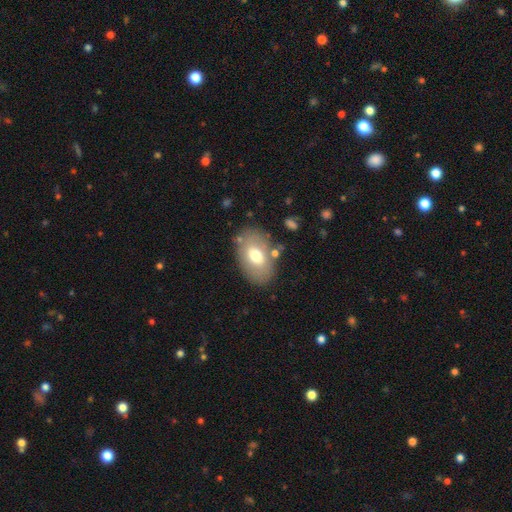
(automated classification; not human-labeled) Q: Smooth or featured?
A: smooth (65%); runner-up: featured or disk (27%)
Q: How rounded?
A: in between (87%); runner-up: round (12%)
Q: Merging?
A: none (77%); runner-up: minor disturbance (13%)